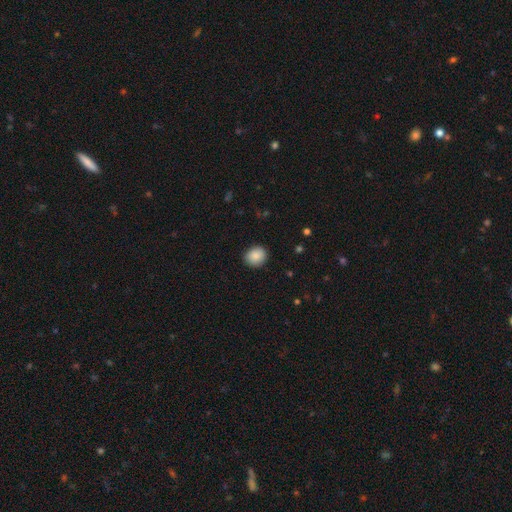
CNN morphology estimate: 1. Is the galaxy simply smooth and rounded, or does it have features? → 88% smooth, 8% star or artifact, 4% featured or disk.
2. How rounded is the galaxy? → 72% round, 27% in between, 1% cigar-shaped.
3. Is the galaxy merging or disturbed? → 89% none, 8% minor disturbance, 2% major disturbance, 1% merger.